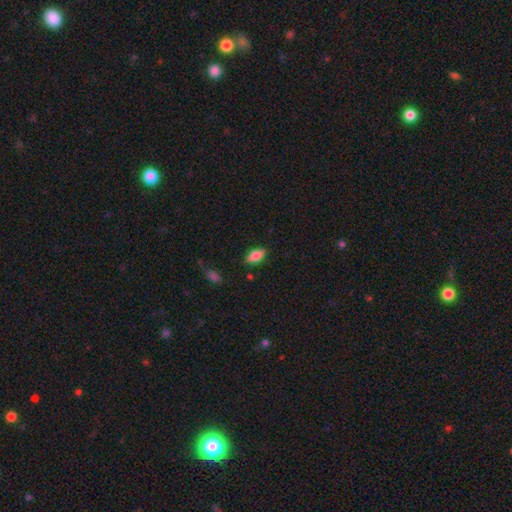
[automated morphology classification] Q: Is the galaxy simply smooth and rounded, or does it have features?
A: smooth — 80%.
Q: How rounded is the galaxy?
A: in between — 88%.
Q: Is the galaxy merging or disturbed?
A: none — 84%.